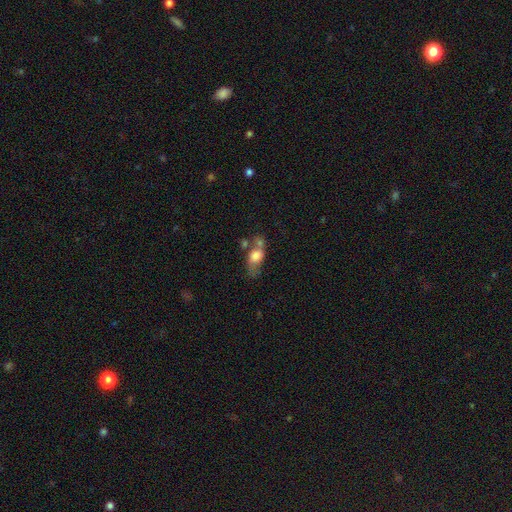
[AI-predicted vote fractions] Overall: smooth (64%; featured or disk 27%). How rounded: in between (75%). Merging: merger (38%; none 27%).